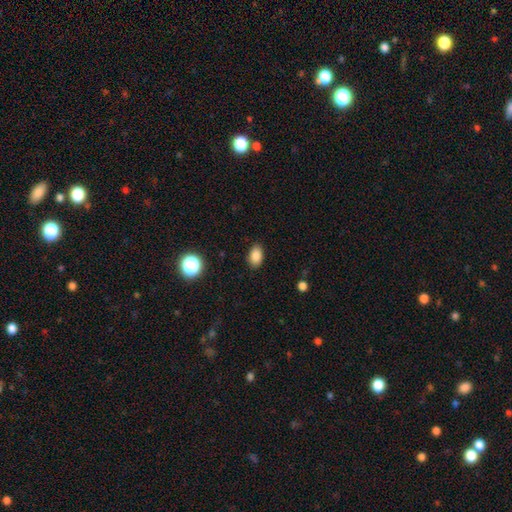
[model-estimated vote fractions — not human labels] A smooth galaxy with no disk features (85%) that is in between round and cigar-shaped (87%). Merging: none (87%).